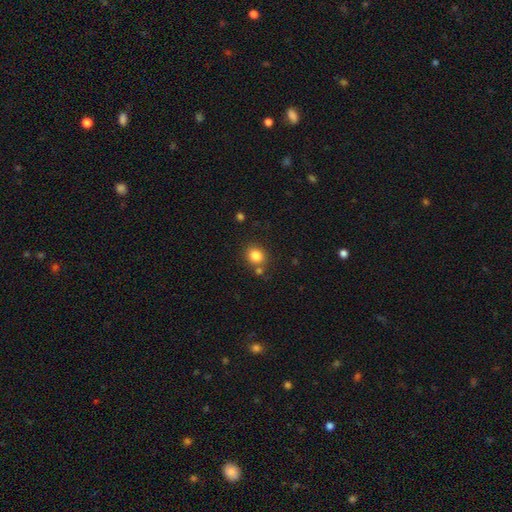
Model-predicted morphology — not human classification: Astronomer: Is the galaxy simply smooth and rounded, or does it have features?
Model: smooth — 83%.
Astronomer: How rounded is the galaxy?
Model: round — 79%.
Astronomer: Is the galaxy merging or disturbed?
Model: none — 75%.